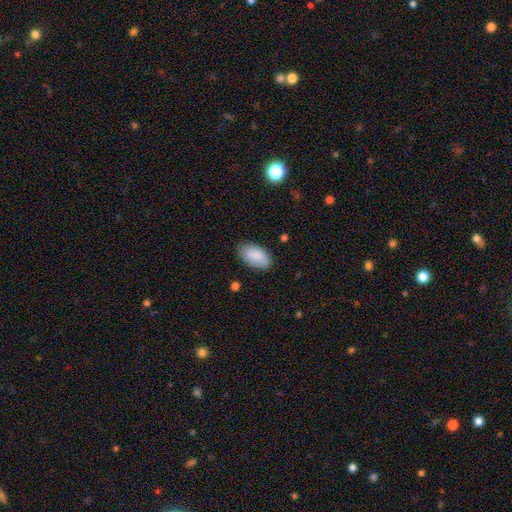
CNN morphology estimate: Q: Smooth or featured?
A: smooth (86%); runner-up: featured or disk (7%)
Q: How rounded?
A: in between (95%); runner-up: round (3%)
Q: Merging?
A: none (81%); runner-up: minor disturbance (15%)